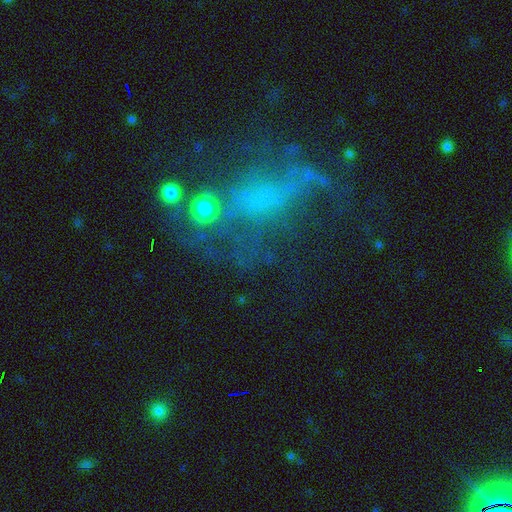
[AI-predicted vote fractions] Smooth or featured: featured or disk — 49% (star or artifact — 28%)
Merging: none — 39% (major disturbance — 35%)